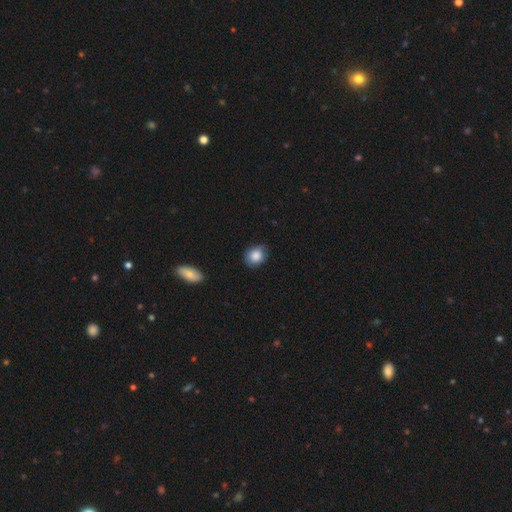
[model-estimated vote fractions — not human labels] A smooth galaxy with no disk features (83%) that is round (59%).

Vote fractions:
- Smooth or featured? smooth: 83% / featured or disk: 9% / star or artifact: 8%
- How rounded? round: 59% / in between: 40% / cigar-shaped: 1%
- Merging? none: 69% / minor disturbance: 25% / major disturbance: 4% / merger: 2%